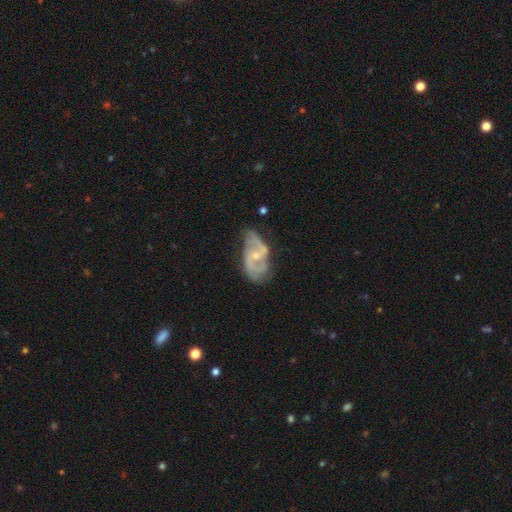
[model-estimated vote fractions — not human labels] A featured or disk galaxy (84%) with no bar (51%), 2 (77%) medium (50%) spiral arms (93%) and a small central bulge (61%). Merging: none (56%).